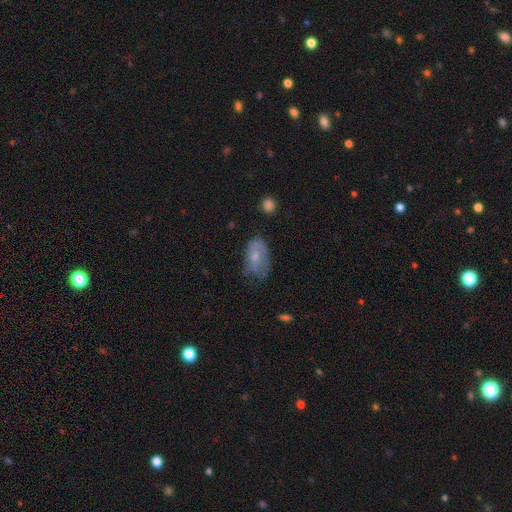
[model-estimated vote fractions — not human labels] Overall: smooth (55%; featured or disk 37%). How rounded: in between (90%). Merging: none (43%; minor disturbance 34%).